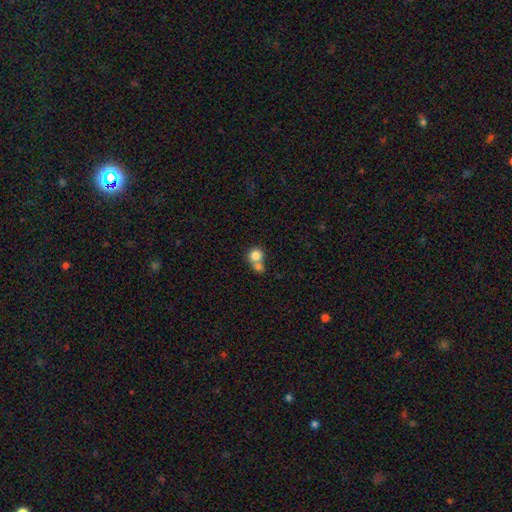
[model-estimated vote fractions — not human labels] Smooth or featured? smooth (81%)
How rounded? round (86%)
Merging? merger (54%)